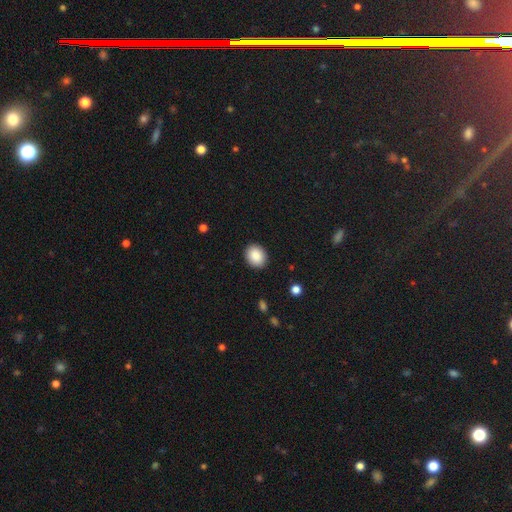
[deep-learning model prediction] The model was most divided on "how rounded": round: 52%, in between: 47%, cigar-shaped: 1%. More confident: merging — none (90%); smooth or featured — smooth (89%).